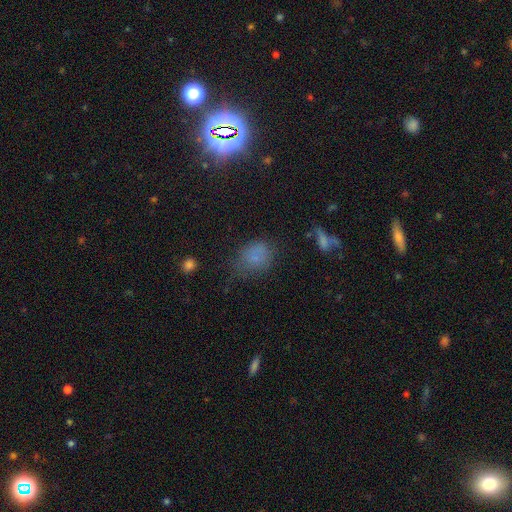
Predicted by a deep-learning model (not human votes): smooth-or-featured: smooth: 71% | star or artifact: 19% | featured or disk: 10%
  how-rounded: round: 50% | in between: 48% | cigar-shaped: 2%
  merging: none: 57% | minor disturbance: 27% | major disturbance: 12% | merger: 4%